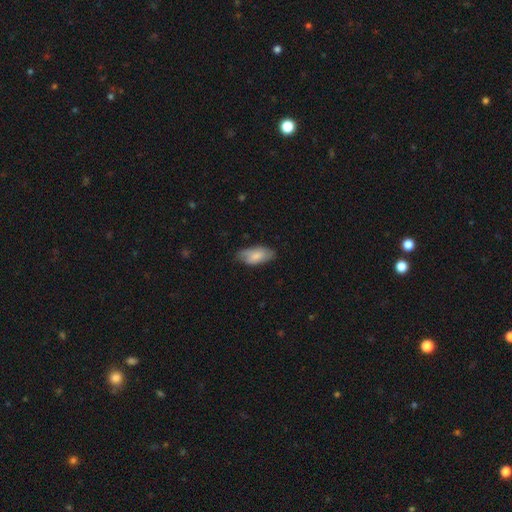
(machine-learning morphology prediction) Smooth or featured?
  - smooth: 74% *
  - featured or disk: 20%
  - star or artifact: 6%
How rounded?
  - in between: 91% *
  - cigar-shaped: 7%
  - round: 2%
Merging?
  - none: 69% *
  - minor disturbance: 25%
  - major disturbance: 5%
  - merger: 1%